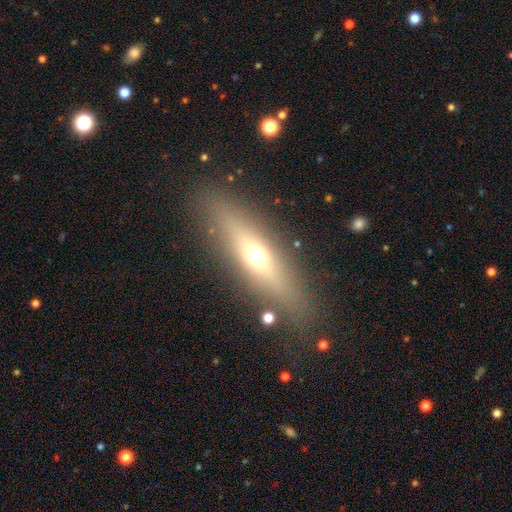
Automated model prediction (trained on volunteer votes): featured or disk 47%, smooth 44%, star or artifact 9%. Down the decision tree: merging — none (85%).